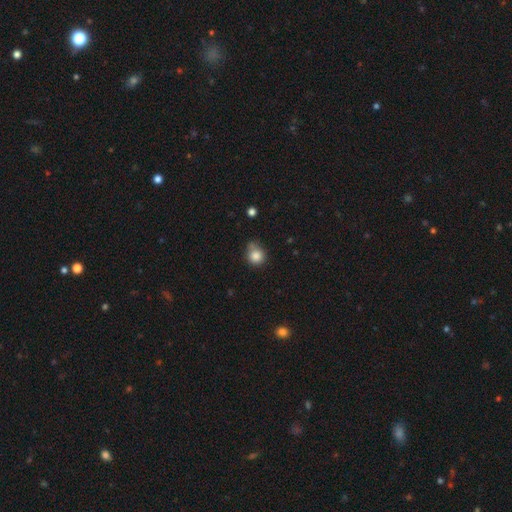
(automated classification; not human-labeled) The model was most divided on "merging": none: 59%, minor disturbance: 25%, merger: 10%, major disturbance: 6%. More confident: how rounded — round (86%); smooth or featured — smooth (84%).